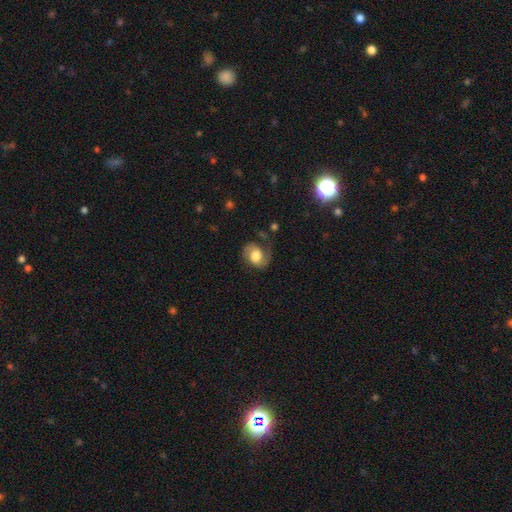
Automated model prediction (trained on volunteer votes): featured or disk 67%, smooth 26%, star or artifact 7%. Down the decision tree: edge-on disk — no (98%); bar — no (59%); spiral arms — yes (91%); spiral arm count — 2 (85%); spiral winding — medium (50%); bulge size — large (46%); merging — none (65%).